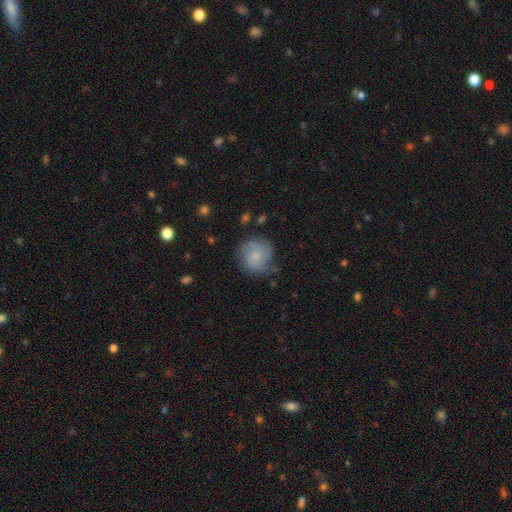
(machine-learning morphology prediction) The model was most divided on "smooth or featured": smooth: 52%, featured or disk: 40%, star or artifact: 8%. More confident: how rounded — round (89%); merging — none (67%).